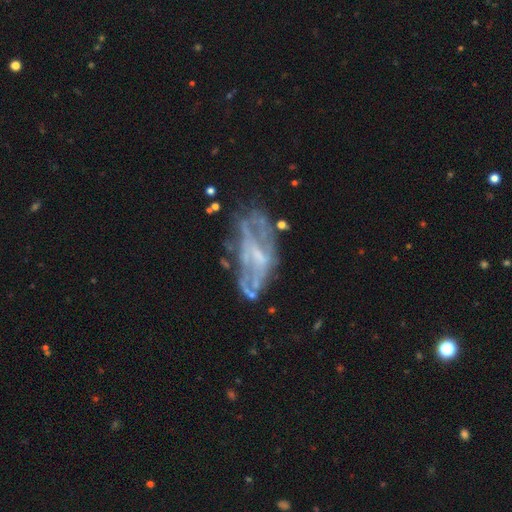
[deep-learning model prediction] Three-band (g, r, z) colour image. It shows a featured or disk galaxy (76%) with no bar (47%), no spiral arms (52%) and a small central bulge (44%). Merging: none (48%).